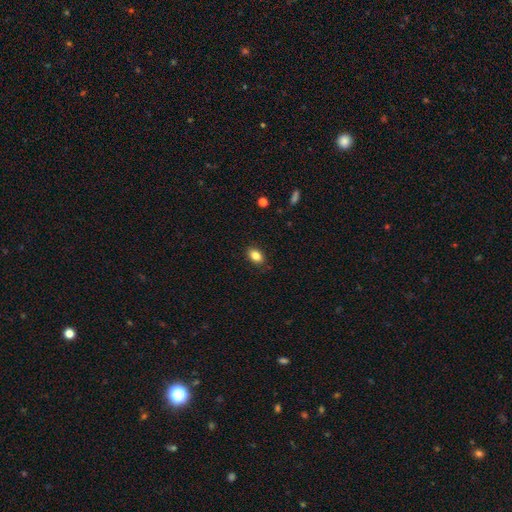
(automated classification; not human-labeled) smooth_or_featured: smooth (p=0.85) [alt: star or artifact p=0.09]
how_rounded: in between (p=0.84) [alt: round p=0.14]
merging: none (p=0.86) [alt: minor disturbance p=0.11]